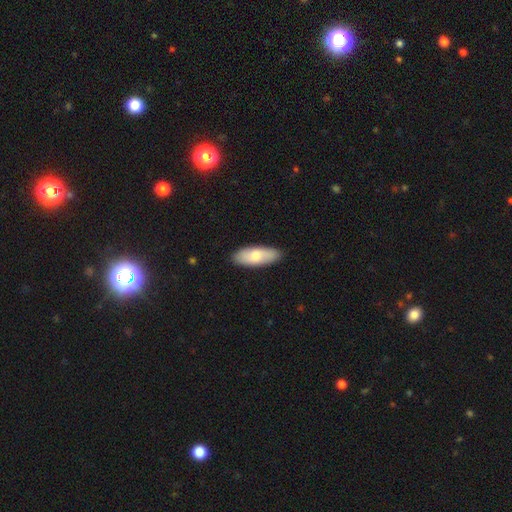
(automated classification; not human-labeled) smooth-or-featured: smooth: 77% | featured or disk: 18% | star or artifact: 5%
  how-rounded: in between: 72% | cigar-shaped: 26% | round: 2%
  merging: none: 88% | minor disturbance: 9% | major disturbance: 2% | merger: 1%